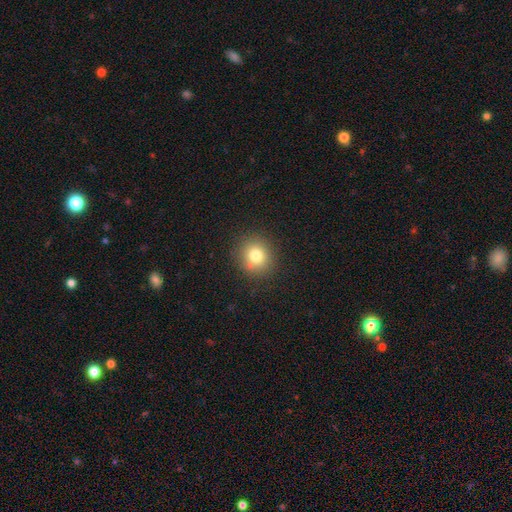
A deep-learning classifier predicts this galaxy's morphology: The model was most divided on "smooth or featured": smooth: 79%, star or artifact: 13%, featured or disk: 8%. More confident: how rounded — round (89%); merging — none (88%).